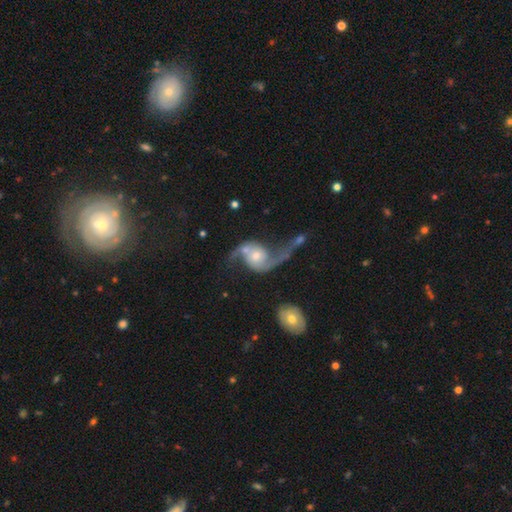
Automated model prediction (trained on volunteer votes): Smooth or featured?
  - featured or disk: 87% *
  - smooth: 7%
  - star or artifact: 5%
Edge-on disk?
  - no: 97% *
  - yes: 3%
Bar?
  - no: 64% *
  - weak: 27%
  - strong: 8%
Spiral arms?
  - yes: 96% *
  - no: 4%
Spiral winding?
  - loose: 79% *
  - medium: 17%
  - tight: 4%
Spiral arm count?
  - 2: 92% *
  - 1: 3%
  - can't tell: 2%
  - 3: 1%
  - 4: 1%
  - more than 4: 1%
Bulge size?
  - moderate: 49% *
  - small: 40%
  - large: 7%
  - none: 3%
  - dominant: 2%
Merging?
  - none: 44% *
  - merger: 21%
  - major disturbance: 20%
  - minor disturbance: 15%